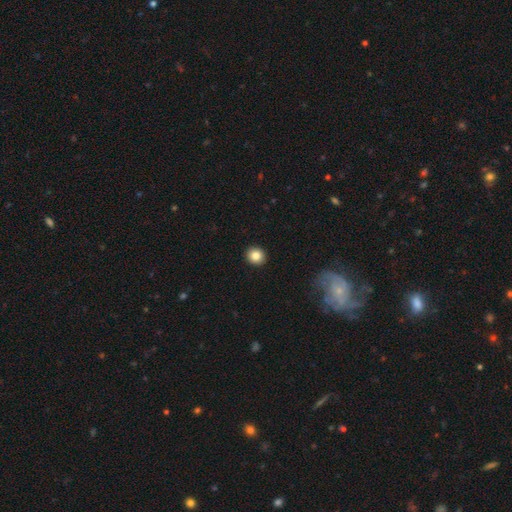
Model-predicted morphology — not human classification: This is clearly a smooth galaxy (84%). How rounded: clearly round (85%). Merging: clearly none (93%).